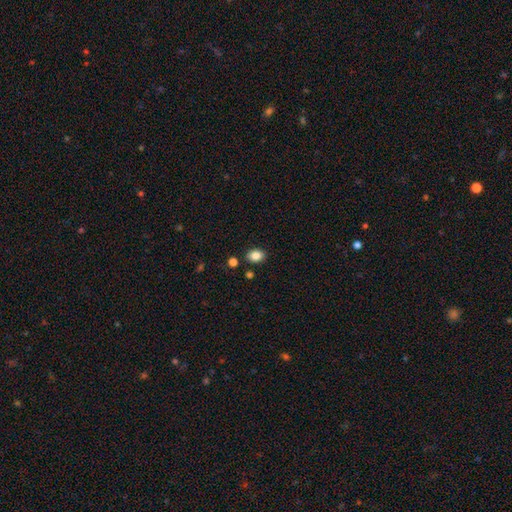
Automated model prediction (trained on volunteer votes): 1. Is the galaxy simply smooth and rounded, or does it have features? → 85% smooth, 10% star or artifact, 5% featured or disk.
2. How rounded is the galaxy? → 67% in between, 33% round, 1% cigar-shaped.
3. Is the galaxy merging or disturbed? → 85% none, 9% minor disturbance, 4% merger, 2% major disturbance.